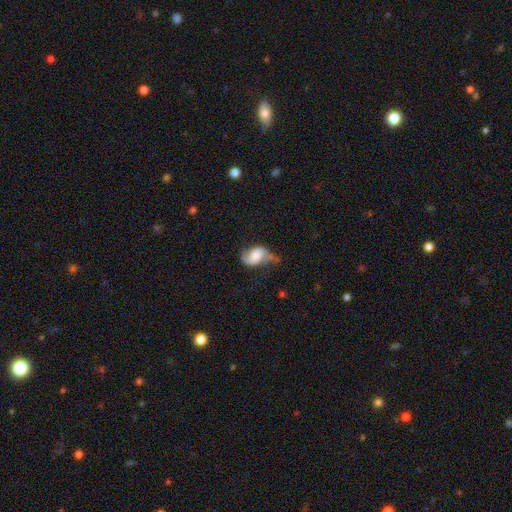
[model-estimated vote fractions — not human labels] Morphology: type=featured or disk (65%); edge-on=no (97%); bar=no (57%); spiral arms=yes (91%); winding=loose (63%); arm count=2 (87%); bulge=large (30%); merging=none (43%).